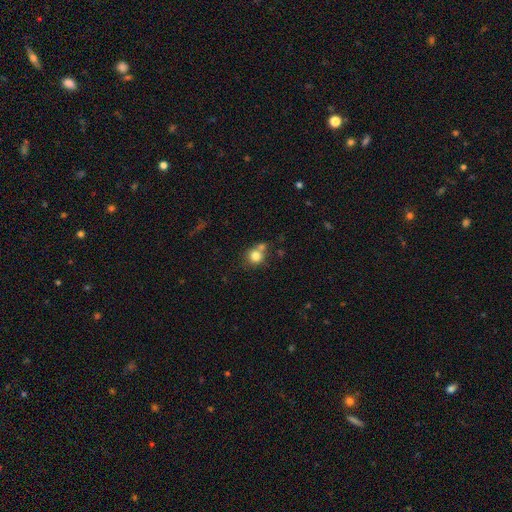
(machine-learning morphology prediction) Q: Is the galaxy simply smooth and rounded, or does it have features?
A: smooth — 80%.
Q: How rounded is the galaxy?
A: round — 85%.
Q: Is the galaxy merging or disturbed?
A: none — 52%.